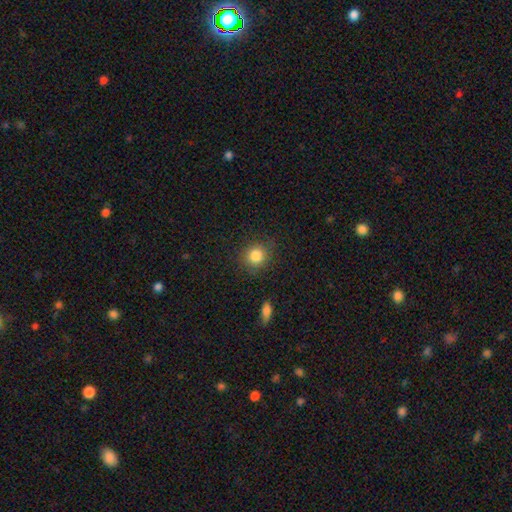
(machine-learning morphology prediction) This appears to be a smooth galaxy with no disk features (84%) that is round (83%). Merging: none (83%).